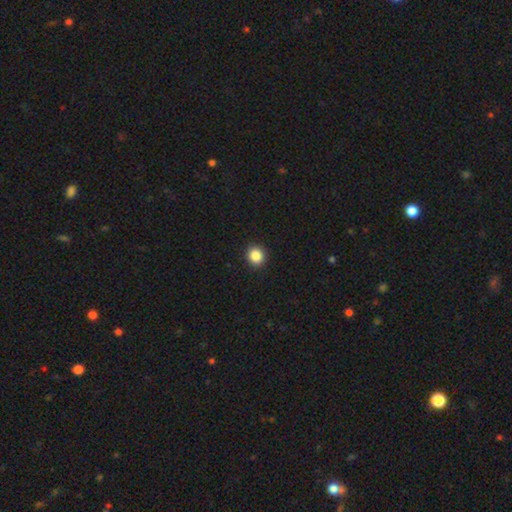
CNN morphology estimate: This appears to be a smooth galaxy with no disk features (86%) that is round (81%). Merging: none (92%).